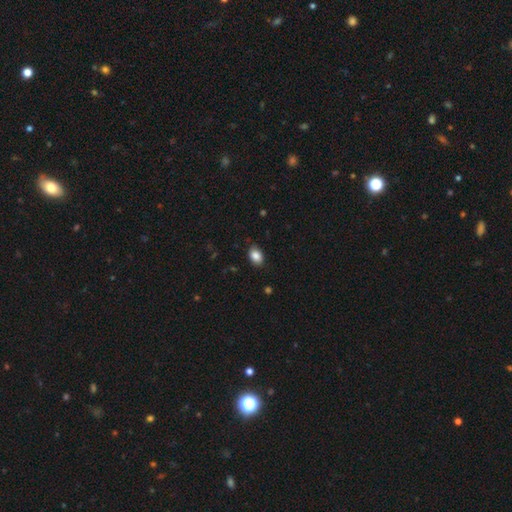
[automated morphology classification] type=smooth (87%); roundness=in between (82%); merging=none (87%).